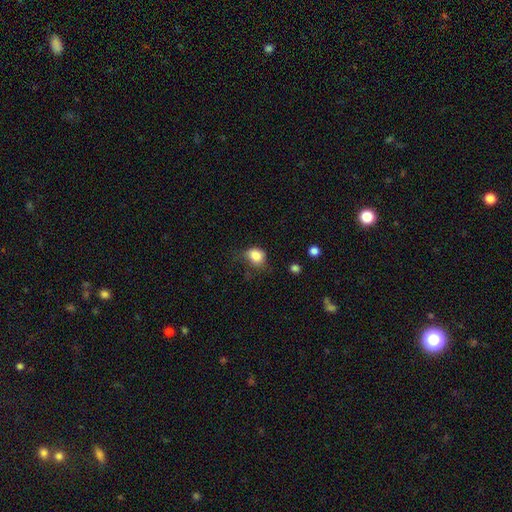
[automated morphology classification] Smooth or featured? smooth (84%)
How rounded? round (54%)
Merging? none (50%)